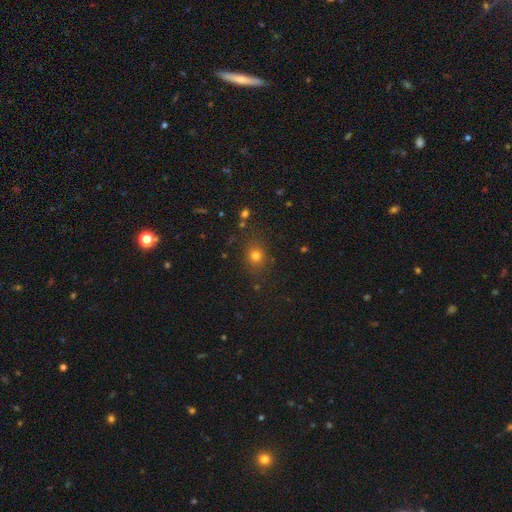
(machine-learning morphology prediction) Smooth or featured?
  - smooth: 75% *
  - star or artifact: 17%
  - featured or disk: 7%
How rounded?
  - round: 74% *
  - in between: 24%
  - cigar-shaped: 1%
Merging?
  - none: 82% *
  - minor disturbance: 11%
  - major disturbance: 4%
  - merger: 3%